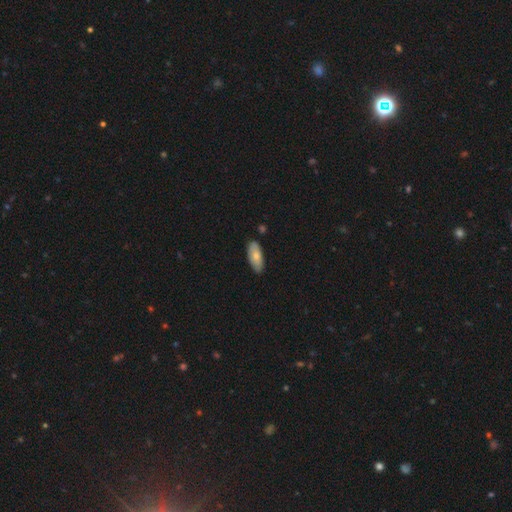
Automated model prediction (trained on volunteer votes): This appears to be a smooth galaxy with no disk features (71%) that is in between round and cigar-shaped (85%). Merging: none (82%).